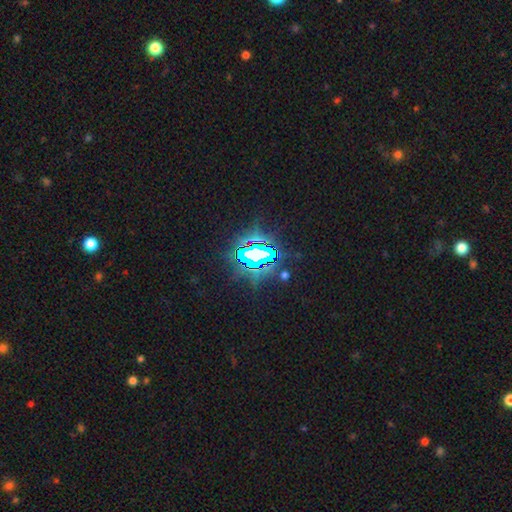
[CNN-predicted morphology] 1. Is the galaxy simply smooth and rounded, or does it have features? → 77% star or artifact, 12% featured or disk, 11% smooth.